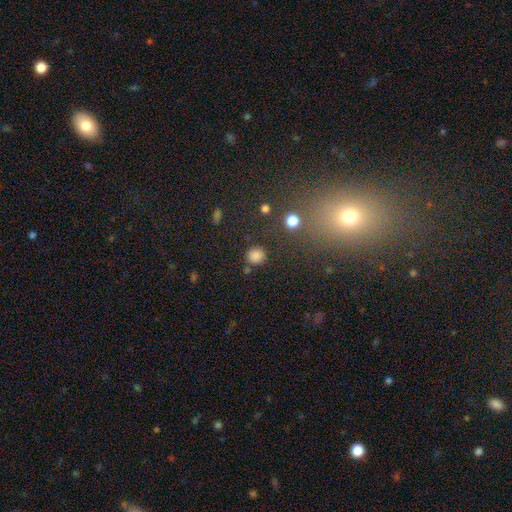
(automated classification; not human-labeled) Morphology: type=smooth (82%); roundness=round (90%); merging=none (82%).